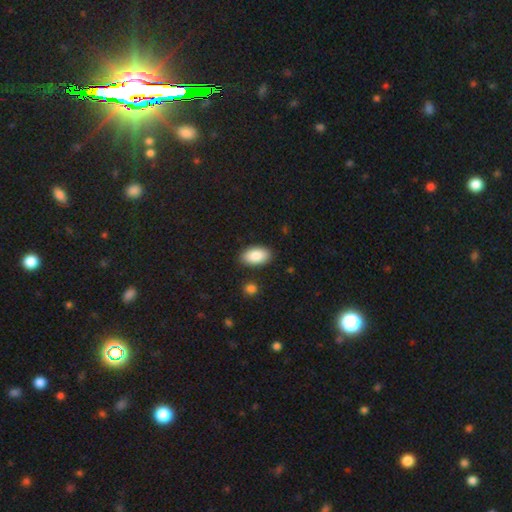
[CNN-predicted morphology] This appears to be a smooth galaxy with no disk features (88%) that is in between round and cigar-shaped (94%). Merging: none (86%).